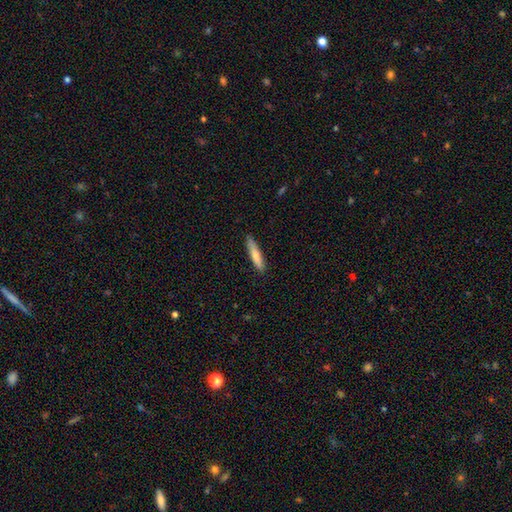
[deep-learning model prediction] Overall: smooth (74%). How rounded: cigar-shaped (87%). Merging: none (88%).